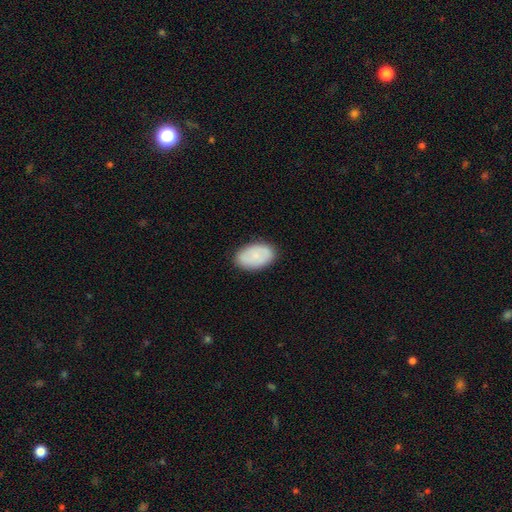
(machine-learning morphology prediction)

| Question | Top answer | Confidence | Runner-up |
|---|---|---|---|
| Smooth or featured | smooth | 78% | featured or disk (16%) |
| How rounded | in between | 92% | round (7%) |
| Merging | none | 85% | minor disturbance (12%) |